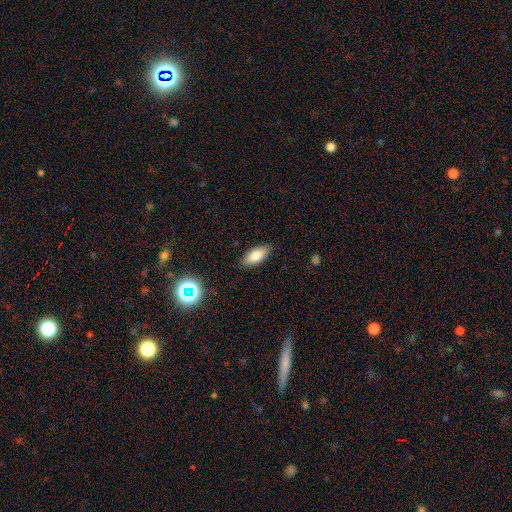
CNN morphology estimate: smooth 80%, featured or disk 11%, star or artifact 9%. Down the decision tree: how rounded — in between (85%); merging — none (87%).